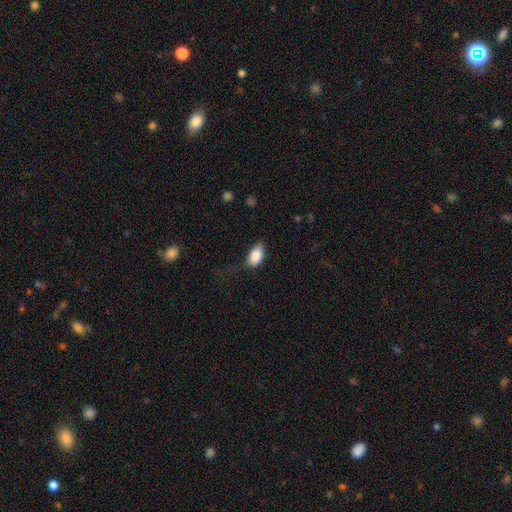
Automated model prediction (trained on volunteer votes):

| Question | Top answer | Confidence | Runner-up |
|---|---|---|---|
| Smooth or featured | smooth | 87% | star or artifact (7%) |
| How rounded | in between | 92% | round (5%) |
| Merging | none | 51% | minor disturbance (30%) |